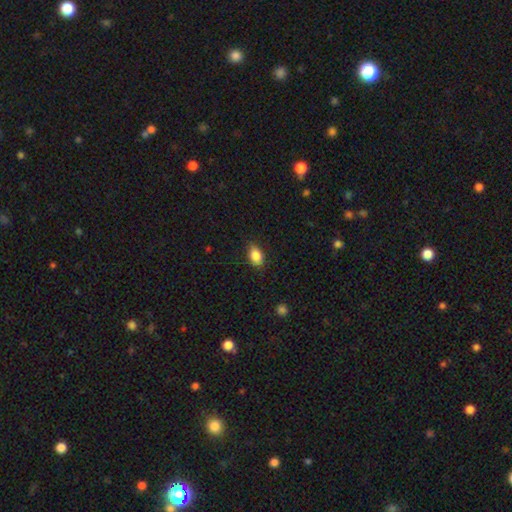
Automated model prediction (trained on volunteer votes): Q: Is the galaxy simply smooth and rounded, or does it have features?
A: smooth — 85%.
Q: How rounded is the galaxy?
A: in between — 83%.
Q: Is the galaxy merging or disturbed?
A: none — 79%.